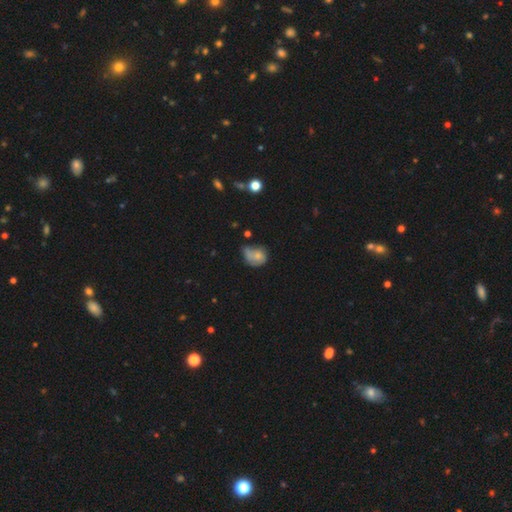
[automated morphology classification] Q: Smooth or featured?
A: smooth (61%); runner-up: featured or disk (29%)
Q: How rounded?
A: round (51%); runner-up: in between (47%)
Q: Merging?
A: minor disturbance (36%); runner-up: none (28%)